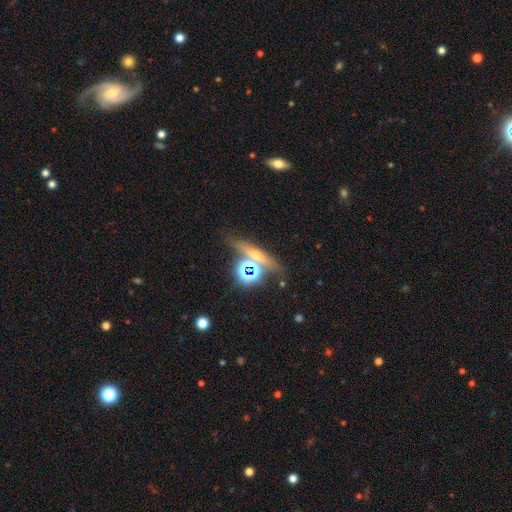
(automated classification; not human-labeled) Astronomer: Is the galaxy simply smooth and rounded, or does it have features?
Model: star or artifact — 37% (runner-up: featured or disk, 34%).